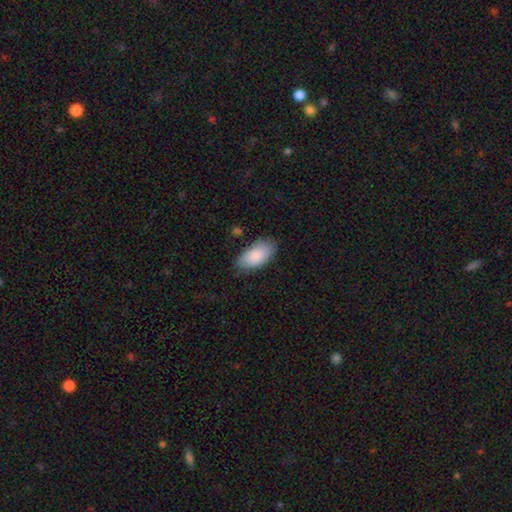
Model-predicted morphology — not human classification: Smooth or featured? smooth (87%)
How rounded? in between (94%)
Merging? none (75%)